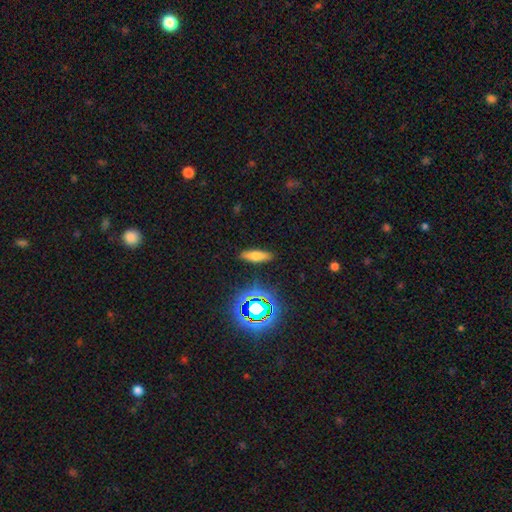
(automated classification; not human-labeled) smooth_or_featured: smooth (p=0.65) [alt: star or artifact p=0.18]
how_rounded: cigar-shaped (p=0.52) [alt: in between p=0.44]
merging: none (p=0.87) [alt: minor disturbance p=0.09]